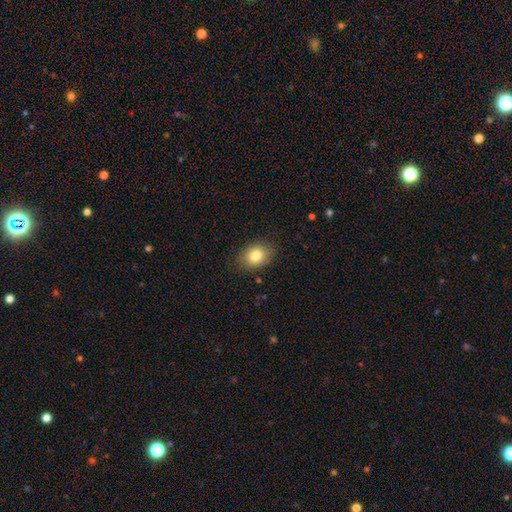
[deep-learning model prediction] smooth_or_featured: smooth (p=0.82) [alt: featured or disk p=0.09]
how_rounded: in between (p=0.68) [alt: round p=0.31]
merging: none (p=0.85) [alt: minor disturbance p=0.11]